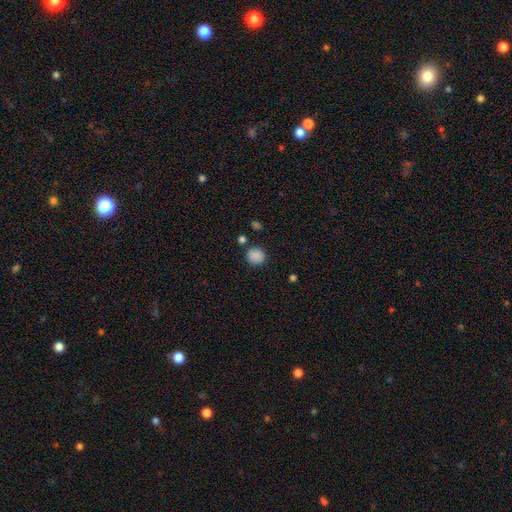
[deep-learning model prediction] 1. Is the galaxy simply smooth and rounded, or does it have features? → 88% smooth, 9% star or artifact, 3% featured or disk.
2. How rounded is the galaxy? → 83% round, 16% in between, 1% cigar-shaped.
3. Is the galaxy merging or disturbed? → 83% none, 9% minor disturbance, 5% merger, 3% major disturbance.